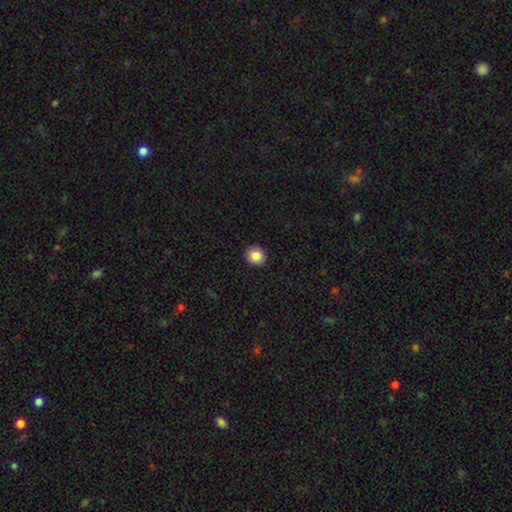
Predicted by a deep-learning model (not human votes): This is clearly a smooth galaxy (86%). How rounded: clearly round (90%). Merging: clearly none (93%).